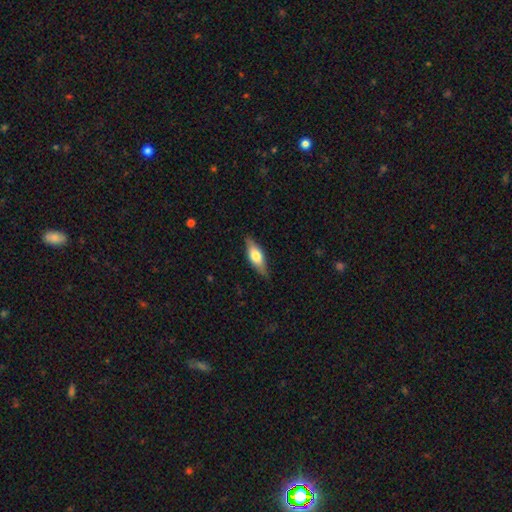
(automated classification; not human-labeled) Smooth or featured? smooth (57%)
How rounded? in between (66%)
Merging? none (81%)